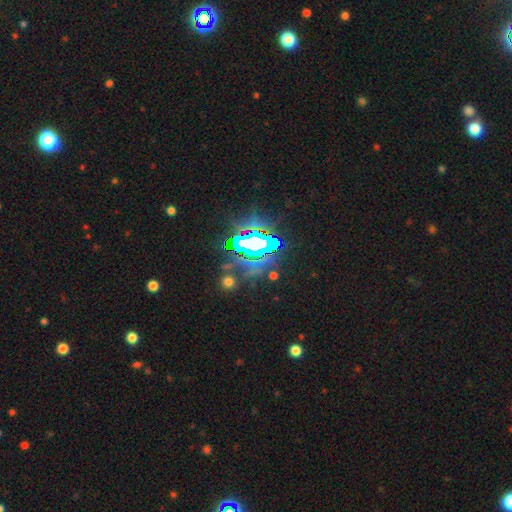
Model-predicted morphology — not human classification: Smooth or featured? Predicted: star or artifact (p=0.82).